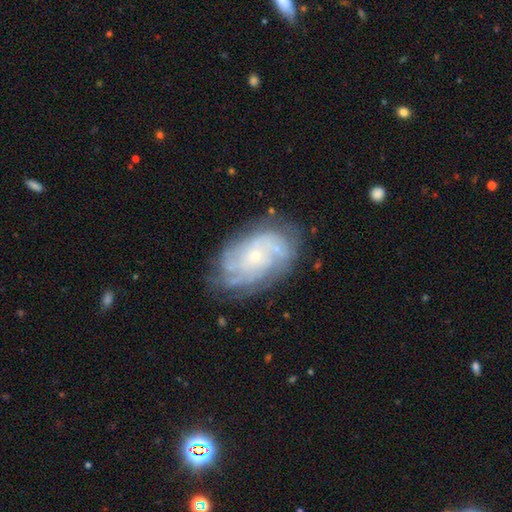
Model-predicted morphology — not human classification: This appears to be a featured or disk galaxy (79%) with no bar (79%), tight (62%) spiral arms (91%) and a small central bulge (80%). Merging: none (71%).